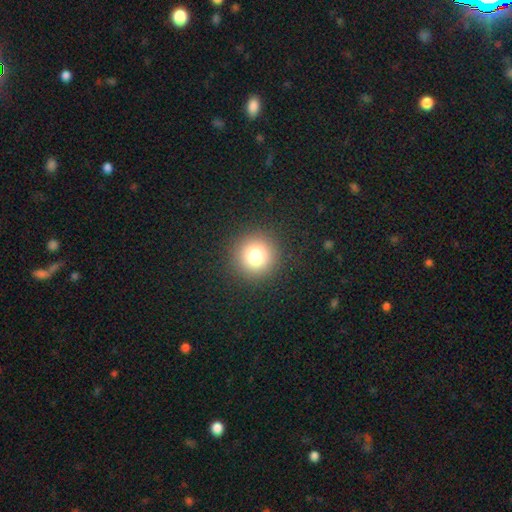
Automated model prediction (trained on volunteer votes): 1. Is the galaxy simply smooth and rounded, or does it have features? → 79% smooth, 13% star or artifact, 7% featured or disk.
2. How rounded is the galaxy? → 96% round, 3% in between, 1% cigar-shaped.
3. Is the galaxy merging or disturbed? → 93% none, 4% minor disturbance, 2% major disturbance, 1% merger.